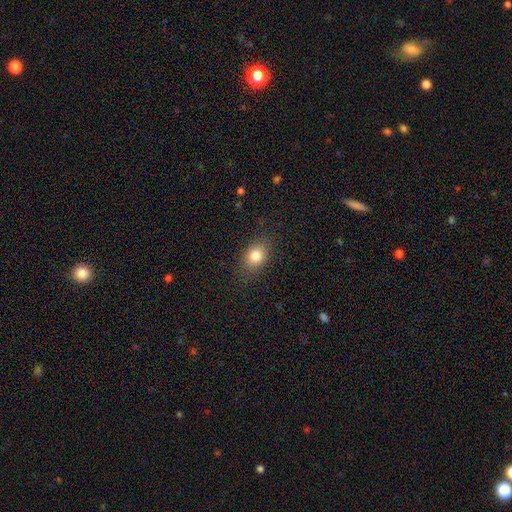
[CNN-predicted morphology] This is clearly a smooth galaxy (81%). How rounded: likely in between (63%). Merging: clearly none (83%).